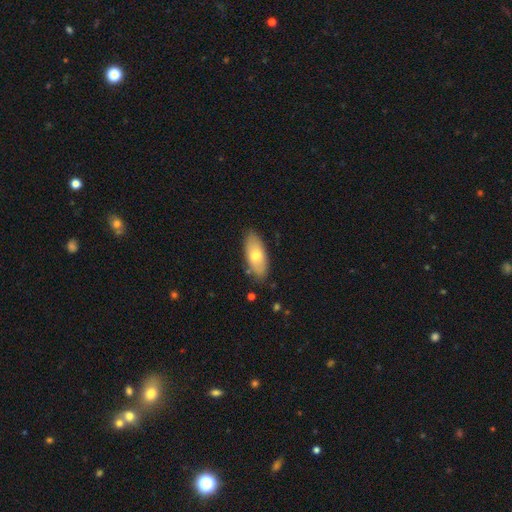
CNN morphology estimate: smooth-or-featured: smooth: 72% | featured or disk: 22% | star or artifact: 6%
  how-rounded: in between: 85% | cigar-shaped: 13% | round: 3%
  merging: none: 83% | minor disturbance: 13% | major disturbance: 2% | merger: 2%